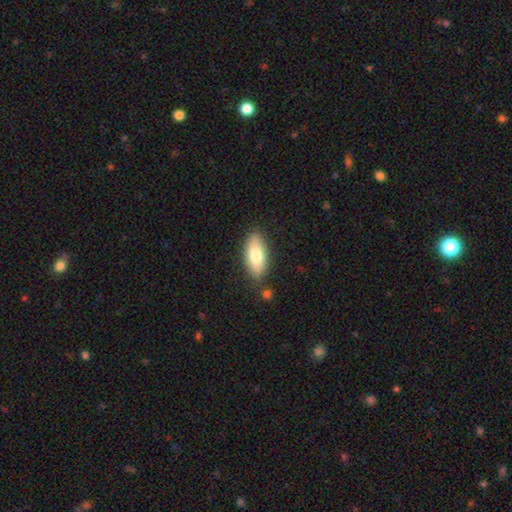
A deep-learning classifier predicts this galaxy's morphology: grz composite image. It shows a smooth galaxy with no disk features (75%) that is in between round and cigar-shaped (84%). Merging: none (82%).